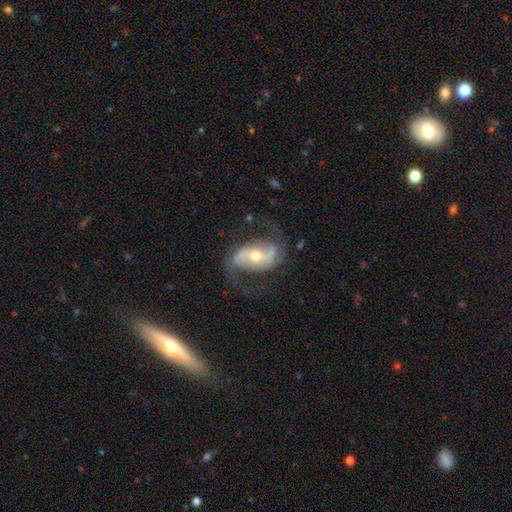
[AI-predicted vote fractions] Smooth or featured: featured or disk — 86% (smooth — 8%)
Edge-on disk: no — 96% (yes — 4%)
Bar: weak — 37% (no — 32%)
Spiral arms: yes — 95% (no — 5%)
Spiral winding: loose — 48% (medium — 41%)
Spiral arm count: 2 — 91% (can't tell — 3%)
Bulge size: moderate — 62% (small — 32%)
Merging: none — 70% (minor disturbance — 16%)